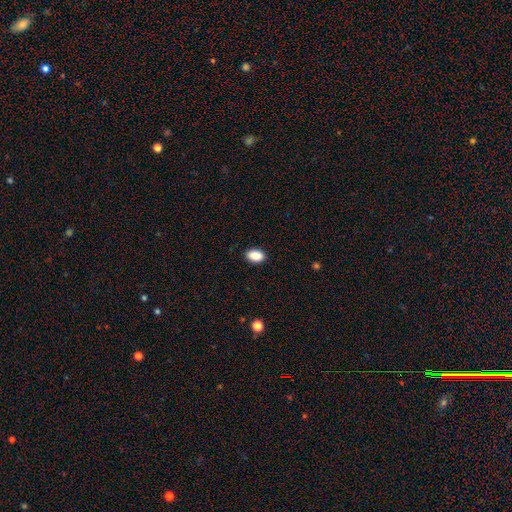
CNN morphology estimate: smooth-or-featured: smooth: 89% | star or artifact: 8% | featured or disk: 3%
  how-rounded: in between: 91% | round: 8% | cigar-shaped: 2%
  merging: none: 88% | minor disturbance: 9% | major disturbance: 2% | merger: 1%